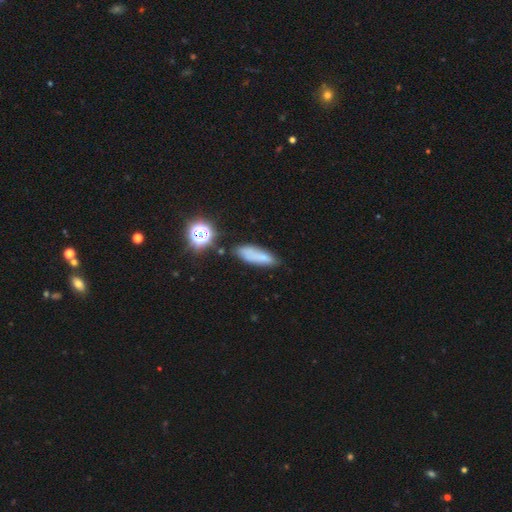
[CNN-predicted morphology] Smooth or featured: smooth — 66% (featured or disk — 19%)
How rounded: in between — 53% (cigar-shaped — 43%)
Merging: none — 66% (minor disturbance — 21%)